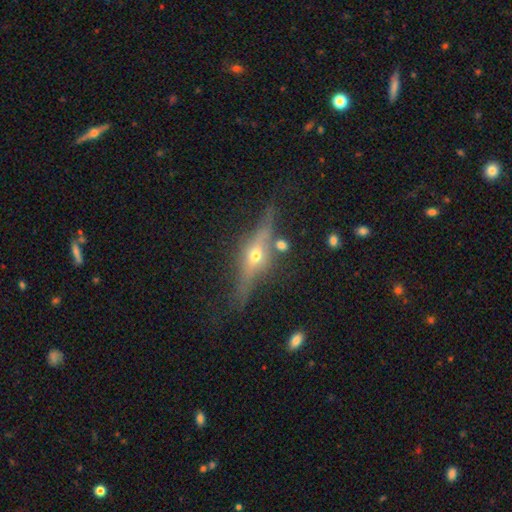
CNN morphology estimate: Smooth or featured?
  - featured or disk: 70% *
  - smooth: 18%
  - star or artifact: 12%
Edge-on disk?
  - yes: 90% *
  - no: 10%
Edge-on bulge?
  - rounded: 92% *
  - boxy: 4%
  - none: 4%
Merging?
  - none: 72% *
  - minor disturbance: 16%
  - major disturbance: 6%
  - merger: 5%